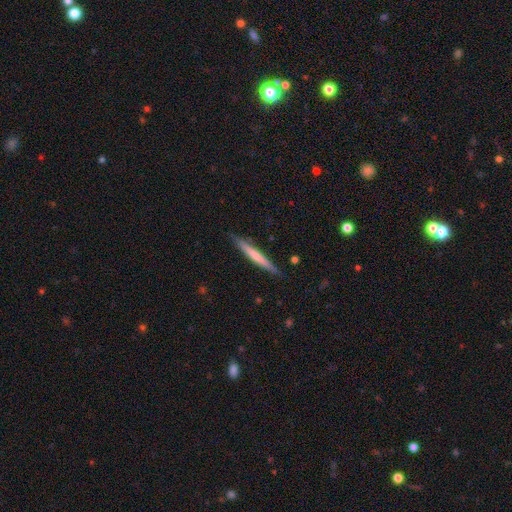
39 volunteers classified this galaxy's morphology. Q: Smooth or featured?
A: featured or disk (51%); runner-up: smooth (46%)
Q: Edge-on disk?
A: yes (95%); runner-up: no (5%)
Q: Edge-on bulge?
A: none (89%); runner-up: rounded (11%)
Q: Merging?
A: none (71%); runner-up: minor disturbance (24%)